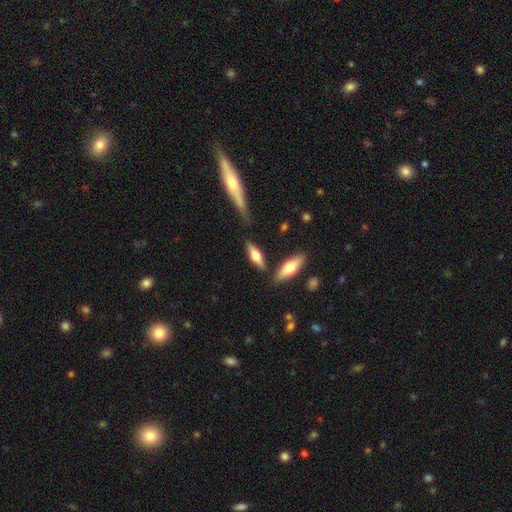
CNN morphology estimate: This is possibly a smooth galaxy (56%). How rounded: possibly in between (52%). Merging: likely none (74%).